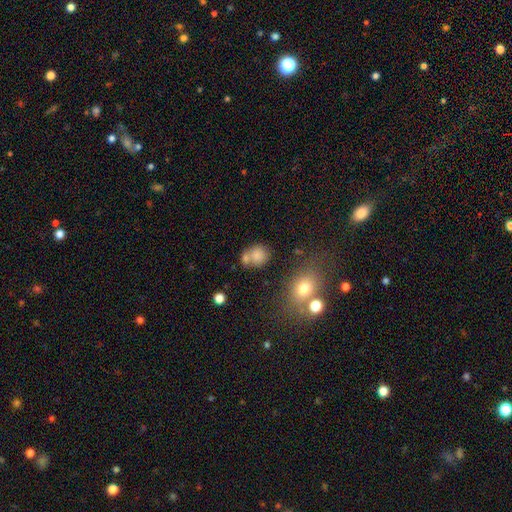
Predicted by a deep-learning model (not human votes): Smooth or featured? smooth (79%)
How rounded? round (73%)
Merging? none (50%)